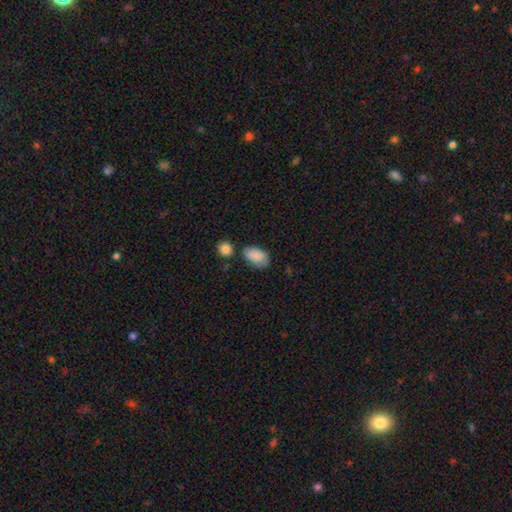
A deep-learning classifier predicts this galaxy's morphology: Overall: smooth (86%). How rounded: in between (91%). Merging: none (63%; minor disturbance 24%).